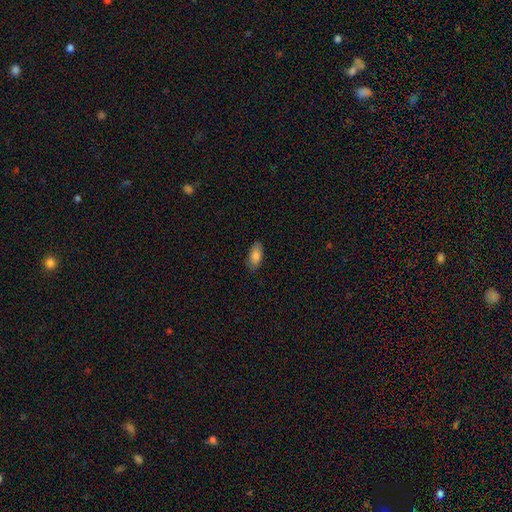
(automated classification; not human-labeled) A smooth galaxy with no disk features (82%) that is in between round and cigar-shaped (90%).

Vote fractions:
- Smooth or featured? smooth: 82% / featured or disk: 11% / star or artifact: 7%
- How rounded? in between: 90% / cigar-shaped: 7% / round: 3%
- Merging? none: 82% / minor disturbance: 14% / major disturbance: 3% / merger: 1%